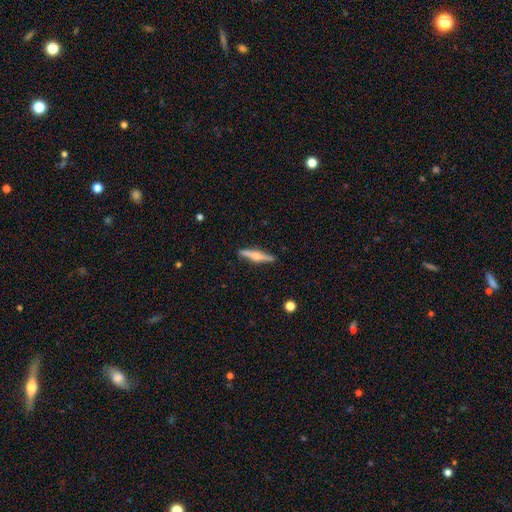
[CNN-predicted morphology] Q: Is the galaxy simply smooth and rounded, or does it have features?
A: featured or disk — 56%.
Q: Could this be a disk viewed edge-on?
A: yes — 96%.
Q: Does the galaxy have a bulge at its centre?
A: rounded — 86%.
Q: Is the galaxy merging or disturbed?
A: none — 88%.